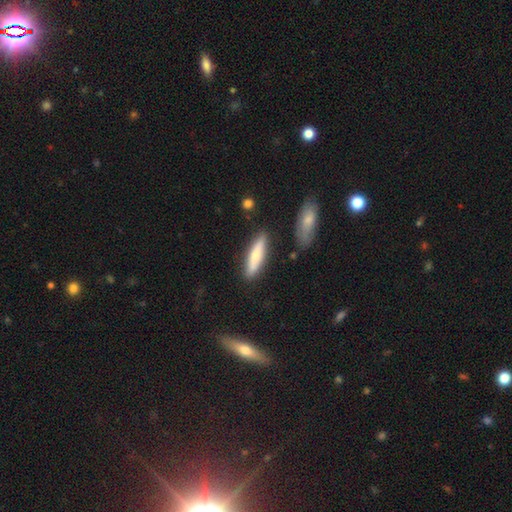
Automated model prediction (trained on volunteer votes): Smooth or featured? Predicted: smooth (p=0.67). How rounded? Predicted: cigar-shaped (p=0.76). Merging? Predicted: none (p=0.84).